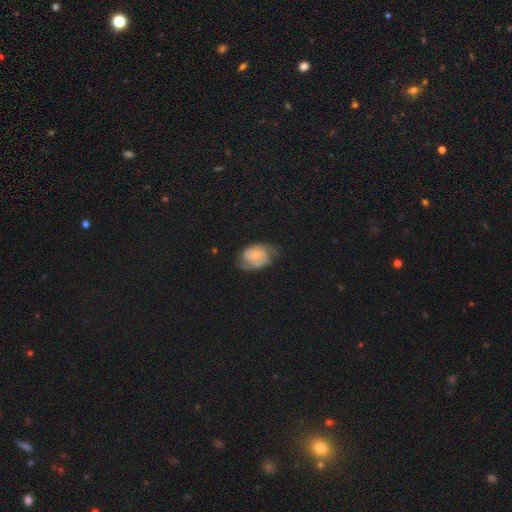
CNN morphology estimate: smooth-or-featured: featured or disk: 65% | smooth: 28% | star or artifact: 7%
  disk-edge-on: no: 97% | yes: 3%
    bar: no: 71% | weak: 24% | strong: 4%
    has-spiral-arms: yes: 87% | no: 13%
      spiral-winding: medium: 42% | tight: 39% | loose: 19%
      spiral-arm-count: 2: 75% | can't tell: 15% | 1: 3% | 3: 3% | 4: 1% | more than 4: 1%
    bulge-size: small: 60% | moderate: 29% | none: 6% | large: 3% | dominant: 1%
  merging: none: 59% | minor disturbance: 26% | major disturbance: 13% | merger: 2%